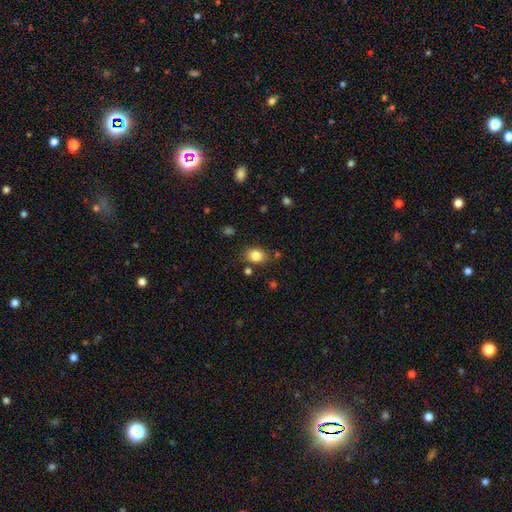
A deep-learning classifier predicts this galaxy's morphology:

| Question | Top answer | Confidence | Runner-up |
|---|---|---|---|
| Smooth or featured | smooth | 85% | star or artifact (10%) |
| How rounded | in between | 59% | round (40%) |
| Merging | none | 79% | minor disturbance (12%) |